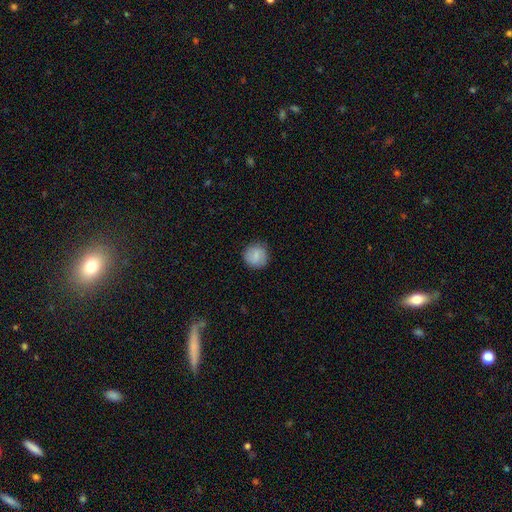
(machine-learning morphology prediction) Smooth or featured?
  - smooth: 83% *
  - featured or disk: 10%
  - star or artifact: 7%
How rounded?
  - round: 91% *
  - in between: 8%
  - cigar-shaped: 1%
Merging?
  - none: 86% *
  - minor disturbance: 10%
  - major disturbance: 3%
  - merger: 1%